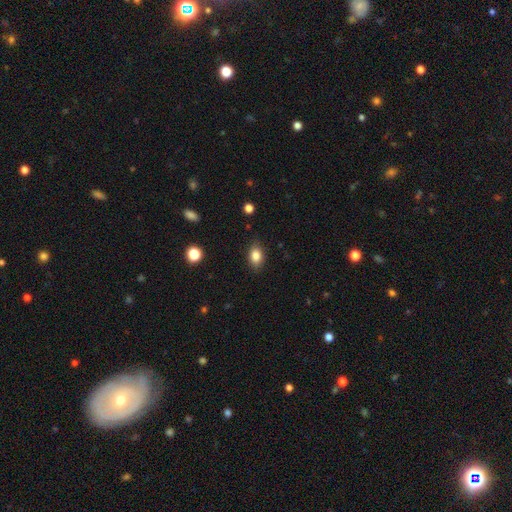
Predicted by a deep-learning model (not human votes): This is clearly a smooth galaxy (84%). How rounded: clearly in between (81%). Merging: clearly none (85%).